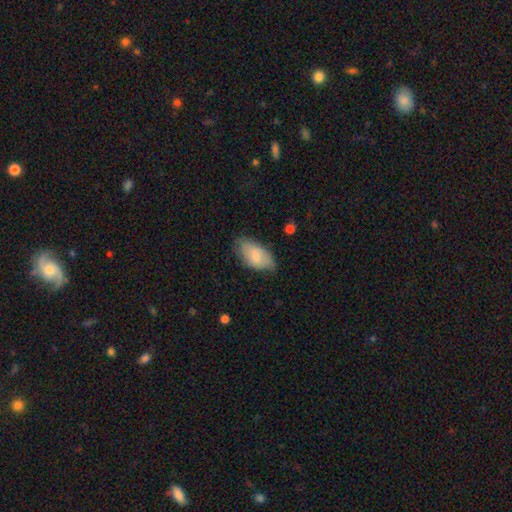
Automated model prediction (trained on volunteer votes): smooth_or_featured: smooth (p=0.69) [alt: featured or disk p=0.25]
how_rounded: in between (p=0.94) [alt: round p=0.04]
merging: none (p=0.62) [alt: minor disturbance p=0.30]